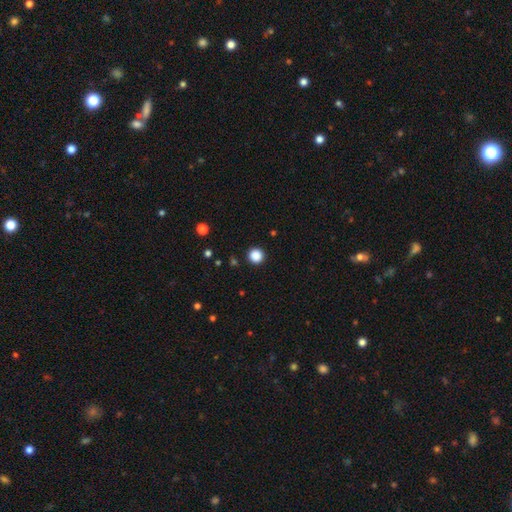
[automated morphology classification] type=smooth (87%); roundness=round (95%); merging=none (92%).